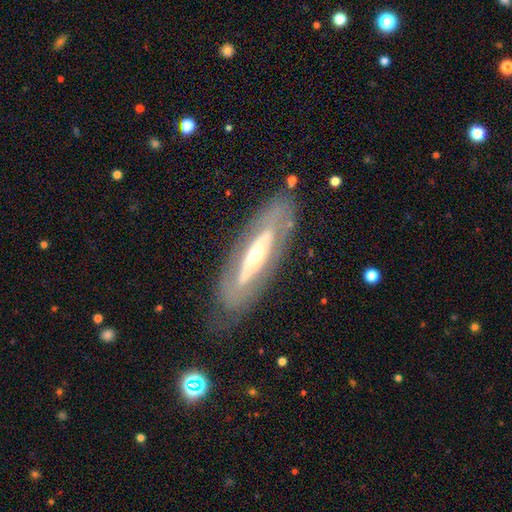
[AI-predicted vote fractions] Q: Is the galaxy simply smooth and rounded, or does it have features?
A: featured or disk — 70%.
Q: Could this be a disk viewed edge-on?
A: no — 76%.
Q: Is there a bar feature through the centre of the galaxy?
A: no — 71%.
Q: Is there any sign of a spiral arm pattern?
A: no — 71%.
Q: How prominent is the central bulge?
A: moderate — 56%.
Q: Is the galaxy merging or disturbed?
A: none — 77%.